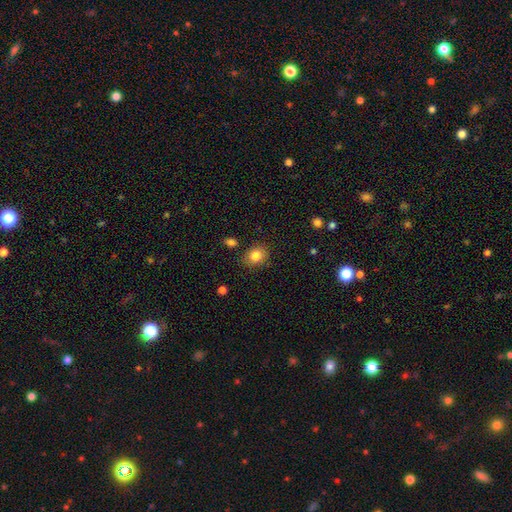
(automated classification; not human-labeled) This appears to be a smooth galaxy with no disk features (84%) that is round (56%). Merging: none (81%).